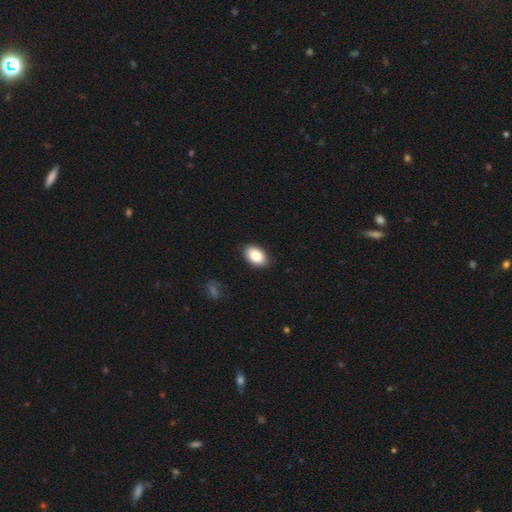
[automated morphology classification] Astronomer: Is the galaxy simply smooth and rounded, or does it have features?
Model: smooth — 86%.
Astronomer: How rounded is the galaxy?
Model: in between — 92%.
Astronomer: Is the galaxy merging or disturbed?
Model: none — 87%.